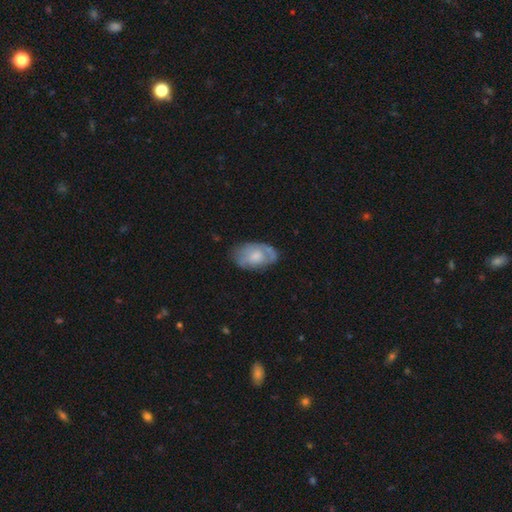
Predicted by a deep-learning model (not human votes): Smooth or featured? featured or disk (50%)
Edge-on disk? no (94%)
Merging? none (65%)